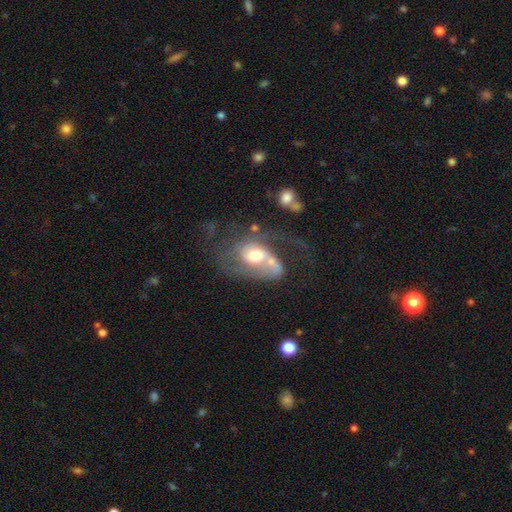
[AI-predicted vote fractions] This is likely a featured or disk galaxy (69%). It is clearly not viewed edge-on (96%). Bar: likely no (64%). Spiral arm pattern: likely yes (78%). Spiral arm count: marginally 2 (42%). Spiral winding: possibly loose (47%). Central bulge: likely moderate (65%). Merging: marginally major disturbance (38%).